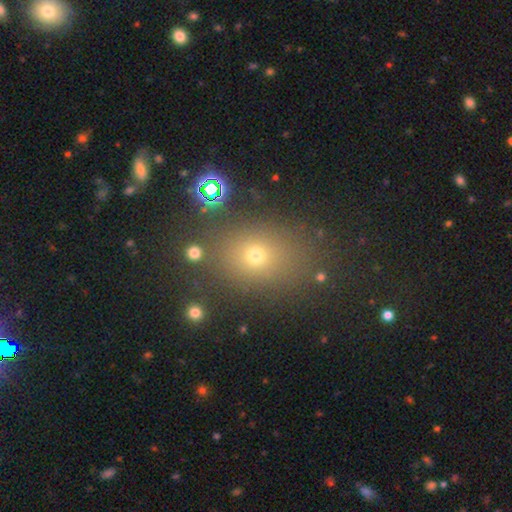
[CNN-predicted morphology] smooth 62%, star or artifact 26%, featured or disk 12%. Down the decision tree: how rounded — in between (53%); merging — none (82%).